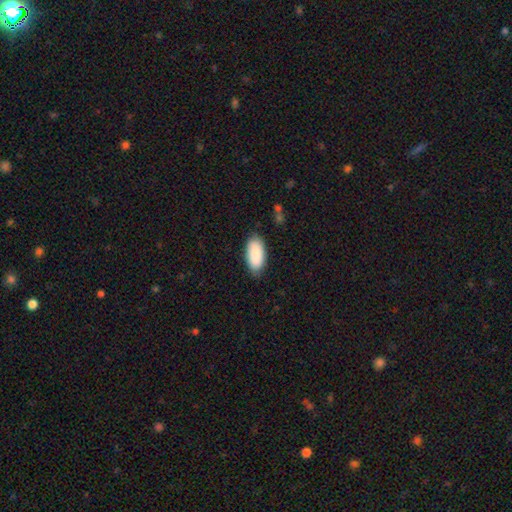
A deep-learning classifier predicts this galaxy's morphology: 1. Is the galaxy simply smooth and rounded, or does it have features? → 89% smooth, 6% star or artifact, 5% featured or disk.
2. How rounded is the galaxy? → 92% in between, 6% cigar-shaped, 2% round.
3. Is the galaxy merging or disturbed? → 82% none, 15% minor disturbance, 3% major disturbance, 1% merger.